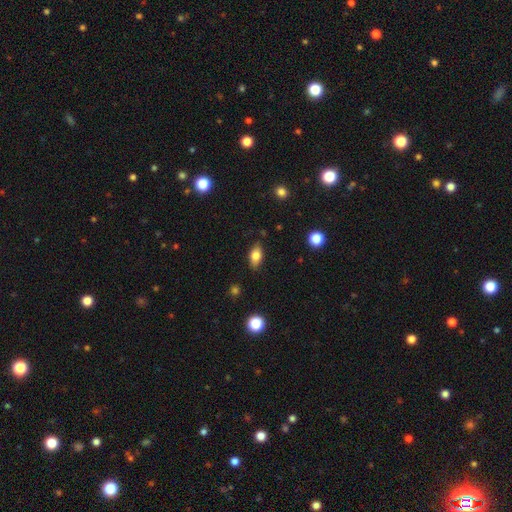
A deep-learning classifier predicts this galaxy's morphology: Overall: smooth (77%). How rounded: in between (87%). Merging: none (84%).